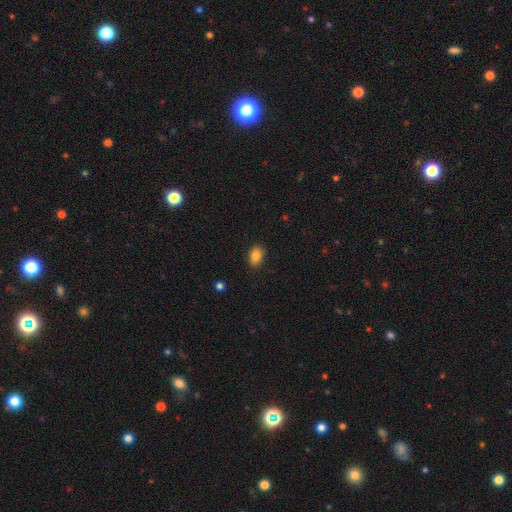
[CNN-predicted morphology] smooth 85%, star or artifact 9%, featured or disk 5%. Down the decision tree: how rounded — in between (76%); merging — none (87%).